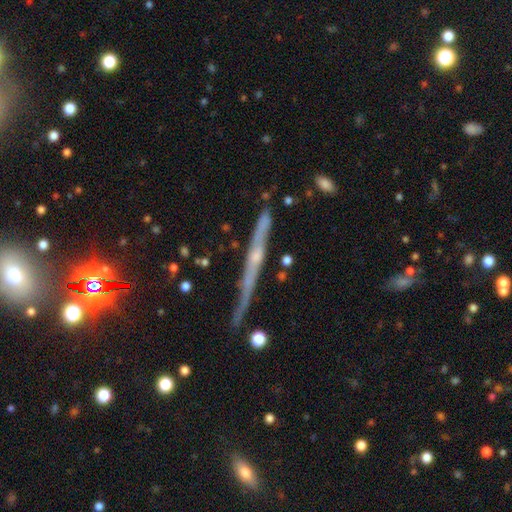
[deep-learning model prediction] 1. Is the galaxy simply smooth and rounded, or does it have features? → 72% featured or disk, 21% smooth, 8% star or artifact.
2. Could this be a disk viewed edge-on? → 94% yes, 6% no.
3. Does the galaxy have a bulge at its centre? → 48% rounded, 45% none, 8% boxy.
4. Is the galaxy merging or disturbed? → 69% none, 22% minor disturbance, 6% major disturbance, 4% merger.